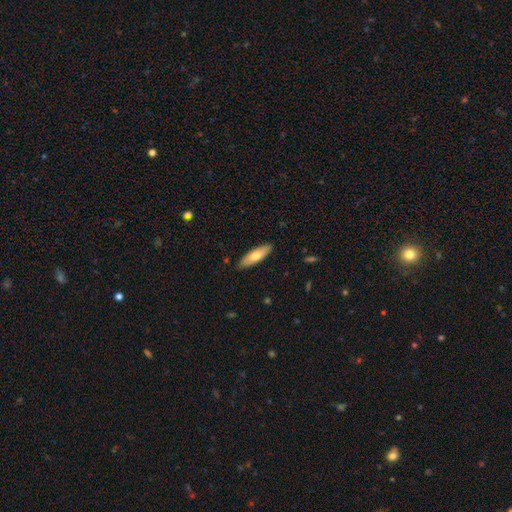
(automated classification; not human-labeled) Morphology: type=smooth (68%); roundness=in between (51%); merging=none (88%).